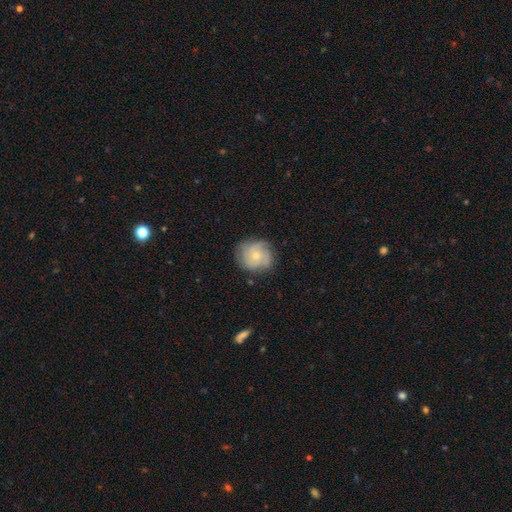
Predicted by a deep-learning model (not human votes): Smooth or featured? Predicted: featured or disk (p=0.57). Edge-on disk? Predicted: no (p=0.98). Bar? Predicted: no (p=0.82). Spiral arms? Predicted: yes (p=0.86). Bulge size? Predicted: small (p=0.60). Merging? Predicted: none (p=0.74).